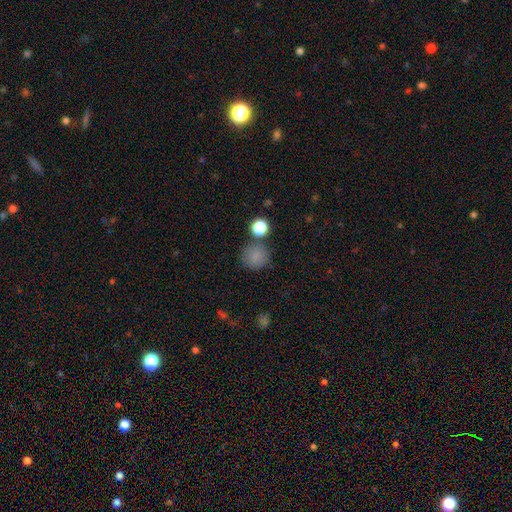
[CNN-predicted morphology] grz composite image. It shows a smooth galaxy with no disk features (82%) that is round (91%). Merging: none (76%).